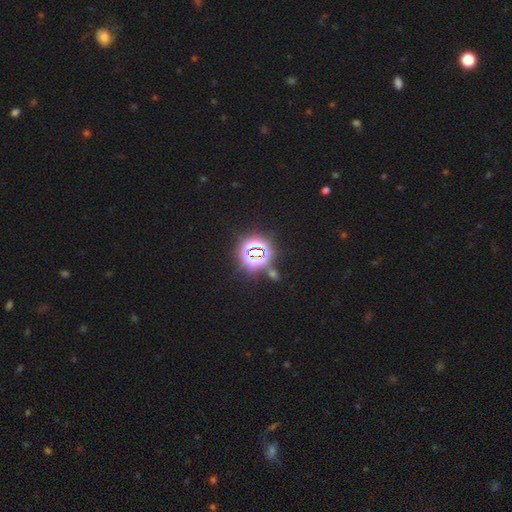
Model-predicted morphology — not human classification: Smooth or featured: star or artifact — 76% (smooth — 16%)